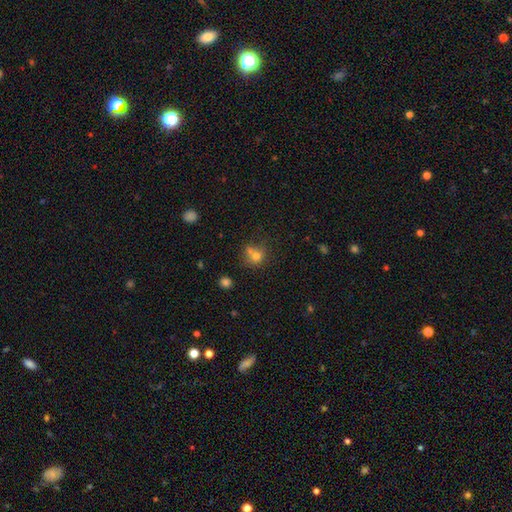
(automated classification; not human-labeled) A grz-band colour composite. It shows a smooth galaxy with no disk features (71%) that is round (77%). Merging: none (45%).